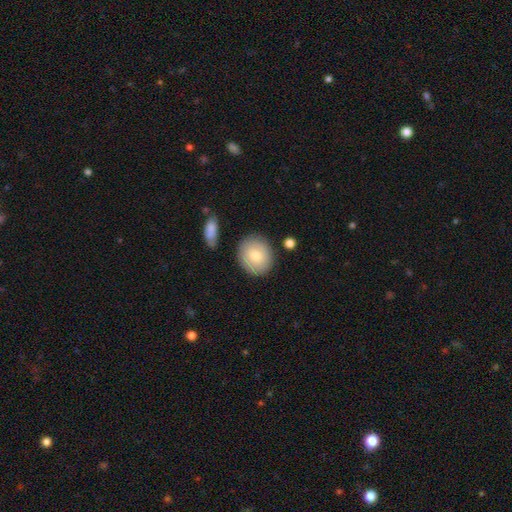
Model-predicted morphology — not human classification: smooth_or_featured: smooth (p=0.77) [alt: featured or disk p=0.17]
how_rounded: round (p=0.74) [alt: in between p=0.25]
merging: none (p=0.83) [alt: minor disturbance p=0.11]